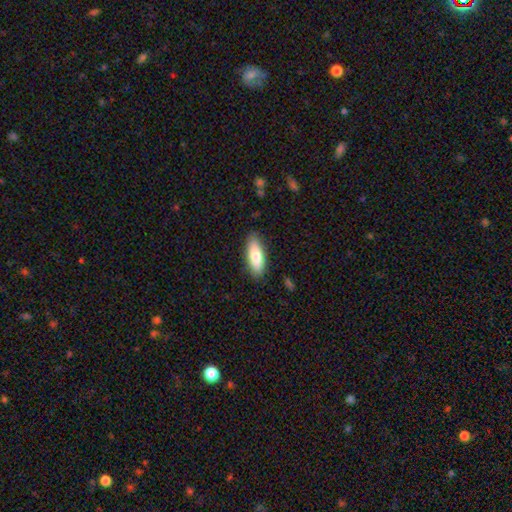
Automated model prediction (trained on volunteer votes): A smooth galaxy with no disk features (78%) that is in between round and cigar-shaped (68%).

Vote fractions:
- Smooth or featured? smooth: 78% / featured or disk: 16% / star or artifact: 6%
- How rounded? in between: 68% / cigar-shaped: 30% / round: 2%
- Merging? none: 86% / minor disturbance: 11% / major disturbance: 2% / merger: 1%